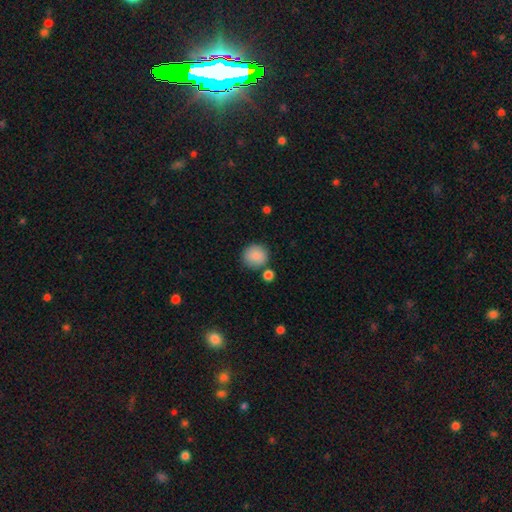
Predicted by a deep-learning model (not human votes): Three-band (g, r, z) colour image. It shows a smooth galaxy with no disk features (88%) that is round (89%). Merging: none (77%).